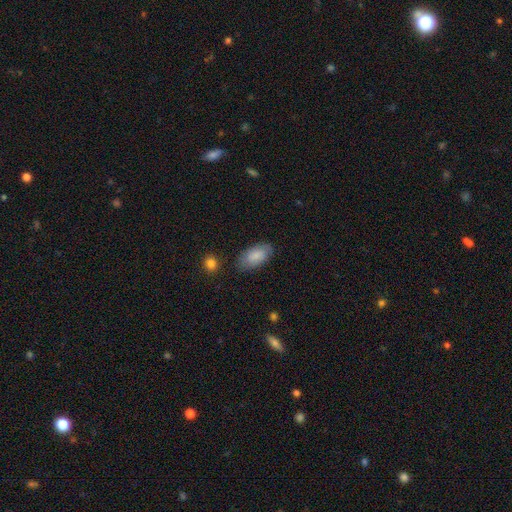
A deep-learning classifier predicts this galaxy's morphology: Smooth or featured? smooth (81%)
How rounded? in between (94%)
Merging? none (78%)